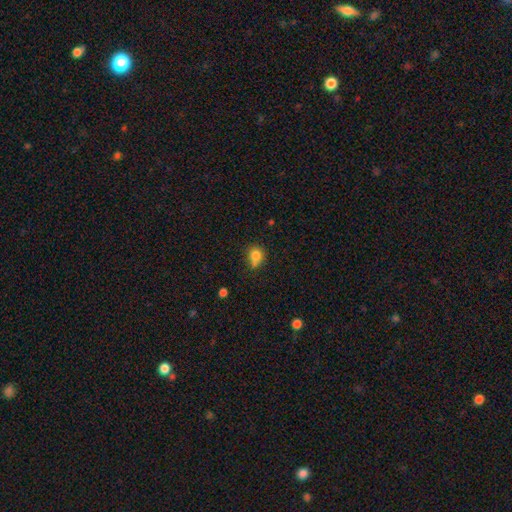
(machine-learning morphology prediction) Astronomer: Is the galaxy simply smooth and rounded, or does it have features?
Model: smooth — 80%.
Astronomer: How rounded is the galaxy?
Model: round — 76%.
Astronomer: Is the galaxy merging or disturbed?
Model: none — 52%.